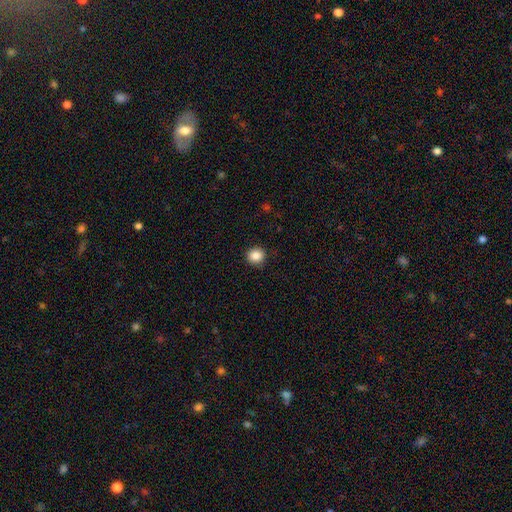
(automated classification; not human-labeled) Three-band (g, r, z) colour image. It shows a smooth galaxy with no disk features (88%) that is round (88%). Merging: none (90%).